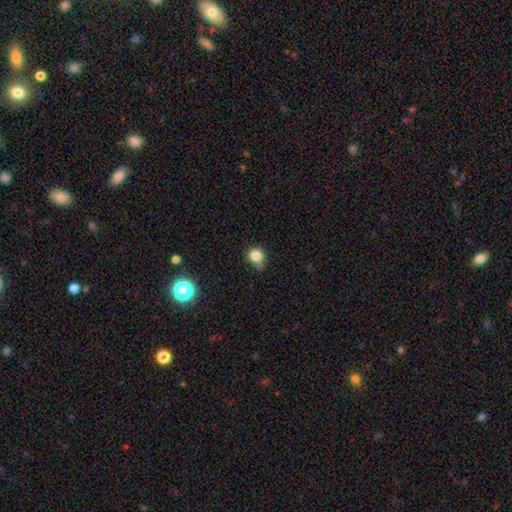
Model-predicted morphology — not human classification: Smooth or featured? Predicted: smooth (p=0.82). How rounded? Predicted: round (p=0.87). Merging? Predicted: none (p=0.61).